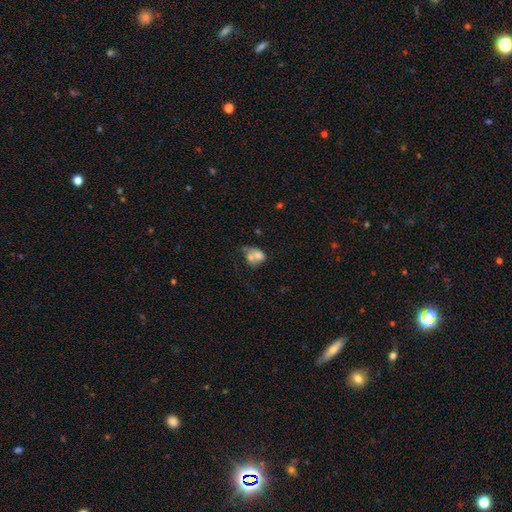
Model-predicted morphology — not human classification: The model was most divided on "how rounded": in between: 53%, round: 46%, cigar-shaped: 1%. More confident: smooth or featured — smooth (66%); merging — merger (62%).